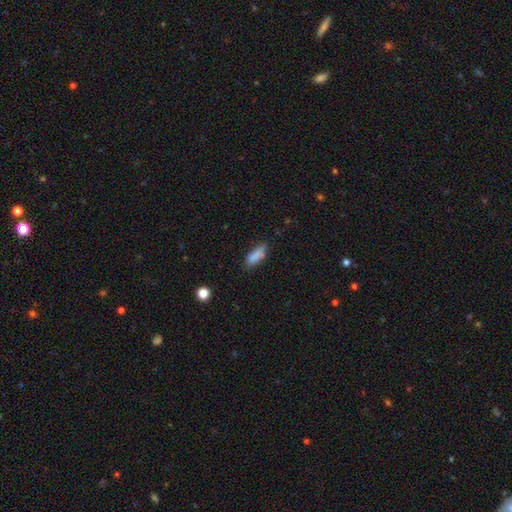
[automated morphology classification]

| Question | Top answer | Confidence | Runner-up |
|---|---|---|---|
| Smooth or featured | smooth | 84% | star or artifact (8%) |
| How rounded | in between | 57% | cigar-shaped (41%) |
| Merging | none | 71% | minor disturbance (22%) |